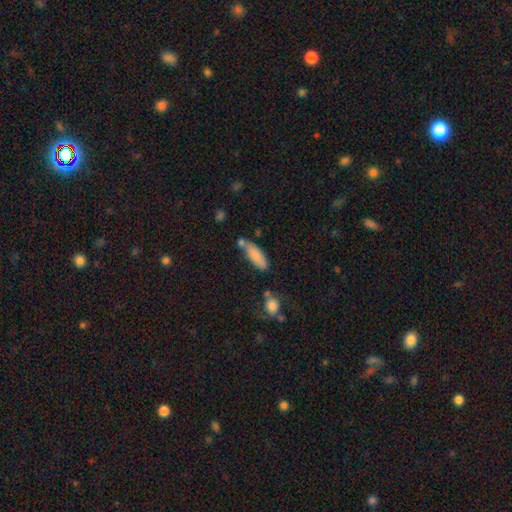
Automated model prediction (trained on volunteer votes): smooth_or_featured: smooth (p=0.84) [alt: featured or disk p=0.09]
how_rounded: in between (p=0.56) [alt: cigar-shaped p=0.42]
merging: none (p=0.59) [alt: minor disturbance p=0.21]